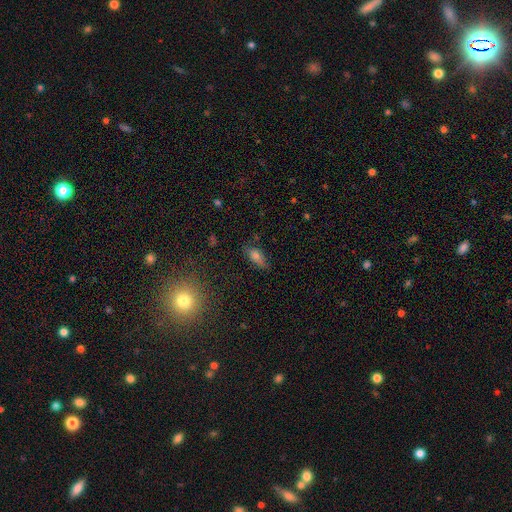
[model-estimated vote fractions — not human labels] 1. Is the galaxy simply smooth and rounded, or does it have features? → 72% smooth, 16% featured or disk, 13% star or artifact.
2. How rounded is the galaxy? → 76% in between, 19% cigar-shaped, 6% round.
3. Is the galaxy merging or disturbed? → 78% none, 16% minor disturbance, 4% major disturbance, 2% merger.